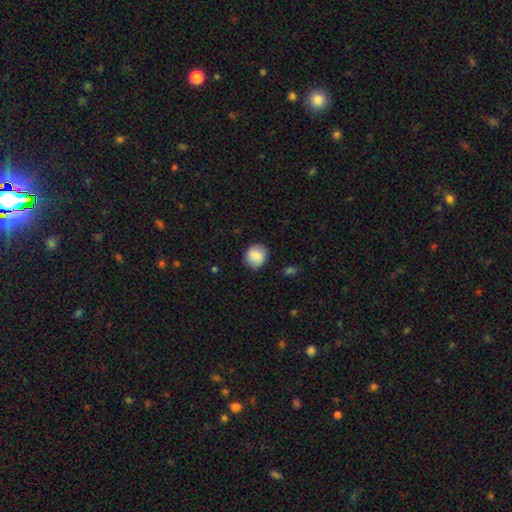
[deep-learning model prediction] Smooth or featured: smooth — 82% (featured or disk — 11%)
How rounded: round — 87% (in between — 12%)
Merging: none — 87% (minor disturbance — 10%)